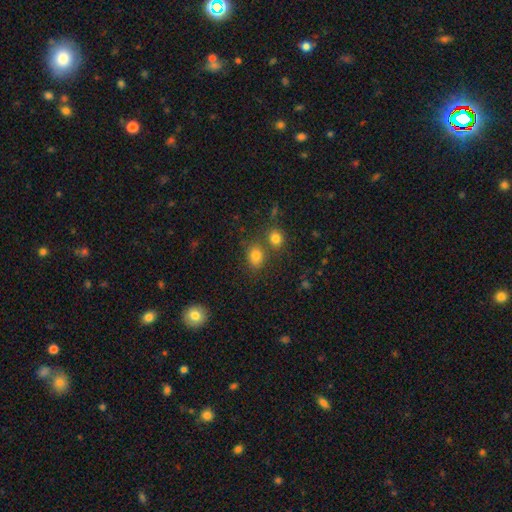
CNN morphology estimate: smooth_or_featured: smooth (p=0.79) [alt: star or artifact p=0.14]
how_rounded: in between (p=0.58) [alt: round p=0.41]
merging: none (p=0.60) [alt: merger p=0.23]